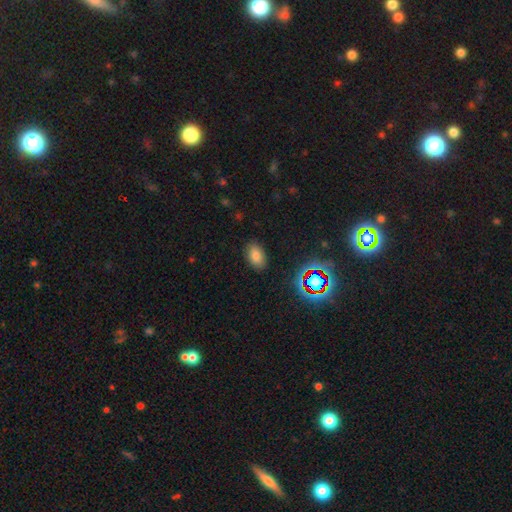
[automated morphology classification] type=smooth (78%); roundness=in between (90%); merging=none (86%).